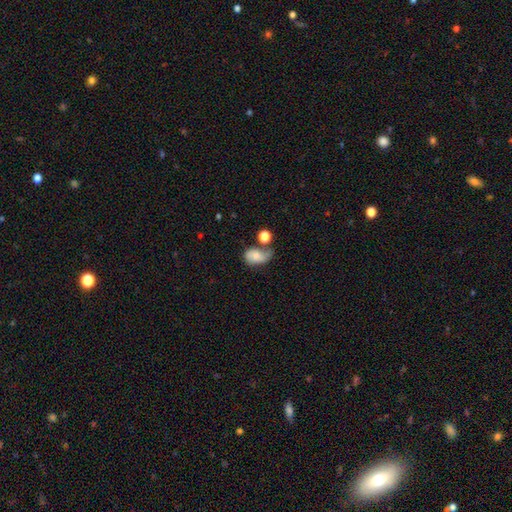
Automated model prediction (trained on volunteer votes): This appears to be a smooth galaxy with no disk features (62%) that is in between round and cigar-shaped (80%). Merging: none (31%).